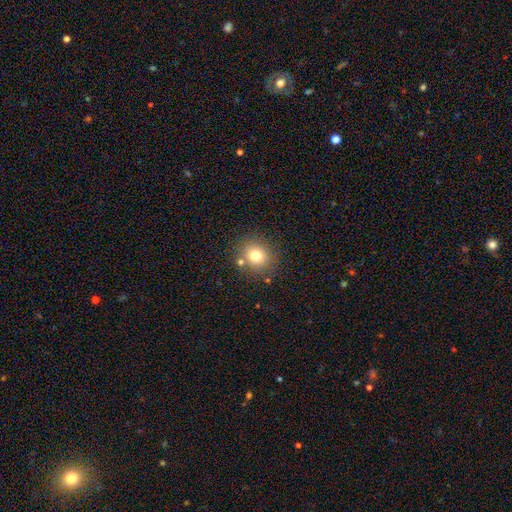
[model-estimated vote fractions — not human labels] smooth-or-featured: smooth: 76% | star or artifact: 13% | featured or disk: 11%
  how-rounded: round: 81% | in between: 18% | cigar-shaped: 1%
  merging: none: 78% | minor disturbance: 10% | merger: 8% | major disturbance: 4%